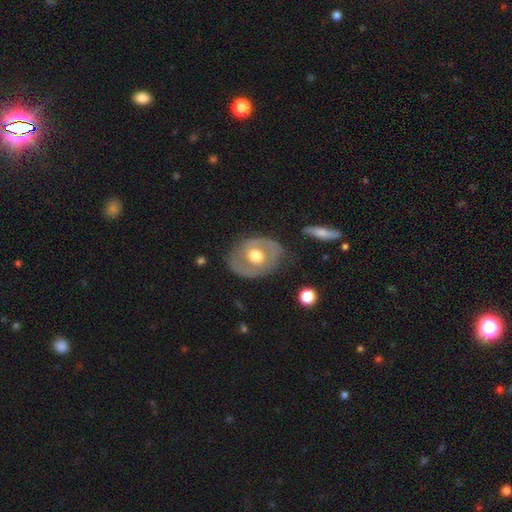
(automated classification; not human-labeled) Q: Smooth or featured?
A: featured or disk (55%); runner-up: smooth (40%)
Q: Edge-on disk?
A: no (94%); runner-up: yes (6%)
Q: Bar?
A: no (81%); runner-up: weak (15%)
Q: Spiral arms?
A: no (76%); runner-up: yes (24%)
Q: Bulge size?
A: moderate (61%); runner-up: large (32%)
Q: Merging?
A: none (73%); runner-up: minor disturbance (17%)